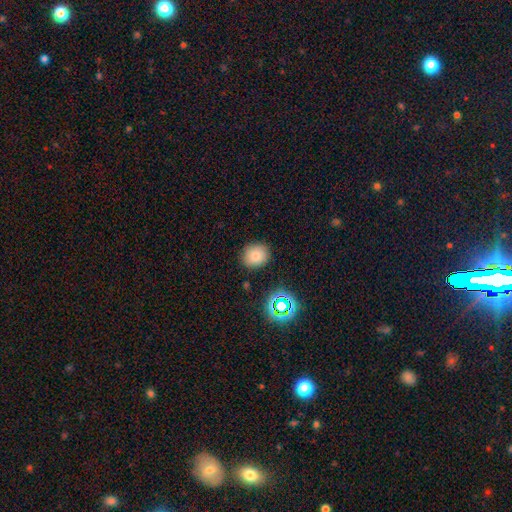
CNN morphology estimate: This is likely a smooth galaxy (78%). How rounded: likely round (77%). Merging: clearly none (86%).